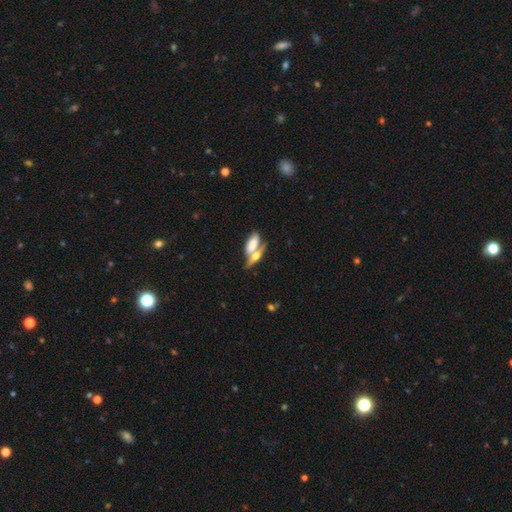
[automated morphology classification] smooth-or-featured: smooth: 54% | featured or disk: 38% | star or artifact: 9%
  how-rounded: in between: 60% | cigar-shaped: 34% | round: 6%
  merging: merger: 54% | none: 33% | minor disturbance: 9% | major disturbance: 5%